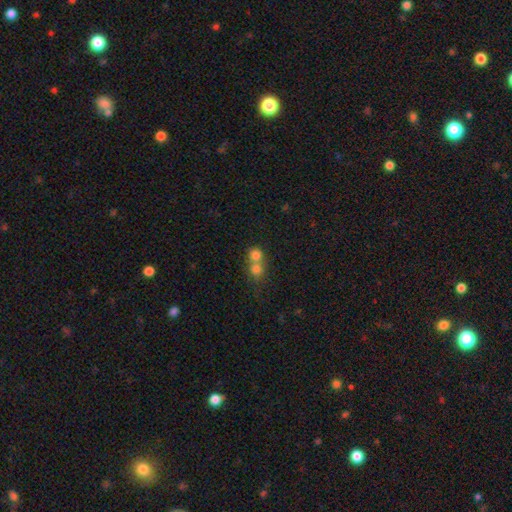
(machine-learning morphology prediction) type=smooth (76%); roundness=round (84%); merging=merger (61%).